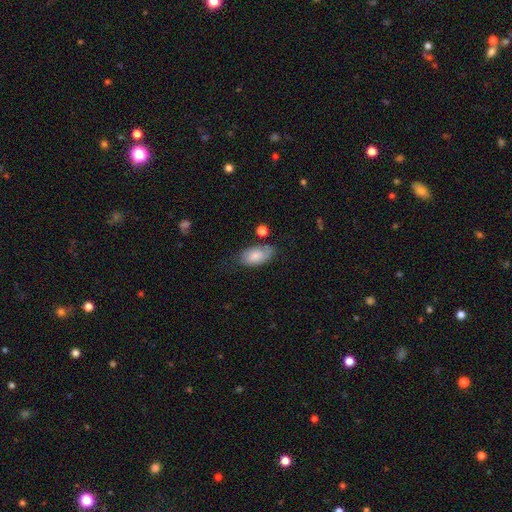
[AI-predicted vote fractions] smooth-or-featured: smooth: 73% | featured or disk: 20% | star or artifact: 7%
  how-rounded: in between: 93% | round: 4% | cigar-shaped: 3%
  merging: none: 57% | minor disturbance: 27% | major disturbance: 10% | merger: 6%